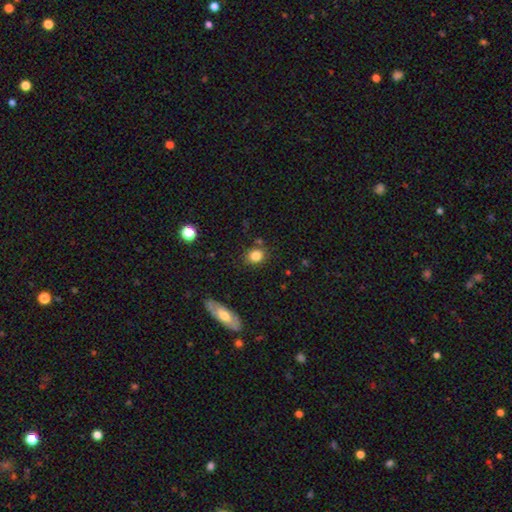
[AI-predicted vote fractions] Morphology: type=smooth (82%); roundness=round (57%); merging=none (80%).